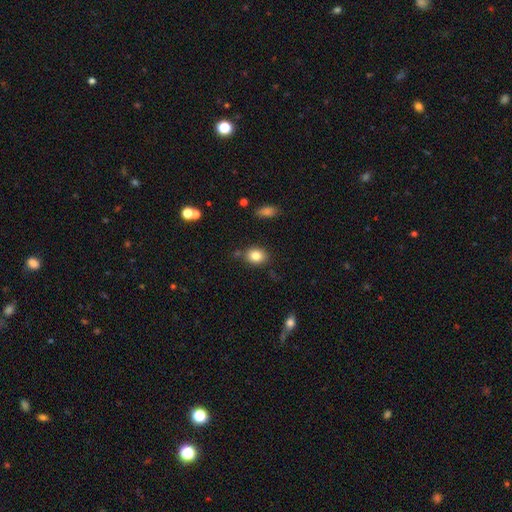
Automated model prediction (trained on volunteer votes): The model was most divided on "how rounded": in between: 55%, round: 44%, cigar-shaped: 1%. More confident: smooth or featured — smooth (83%); merging — none (79%).